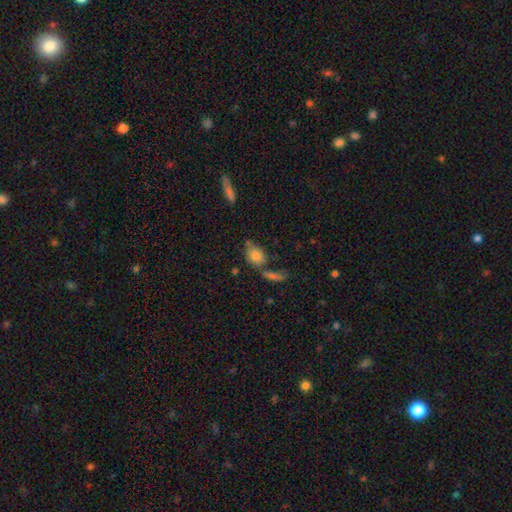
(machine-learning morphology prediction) Smooth or featured? Predicted: smooth (p=0.78). How rounded? Predicted: in between (p=0.70). Merging? Predicted: none (p=0.52).